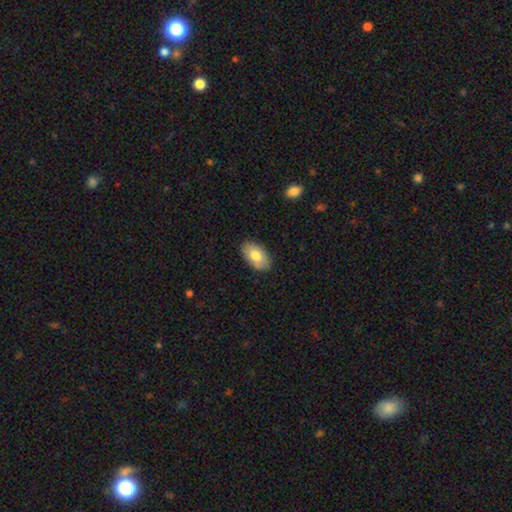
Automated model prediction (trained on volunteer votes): A smooth galaxy with no disk features (76%) that is in between round and cigar-shaped (93%). Merging: none (85%).